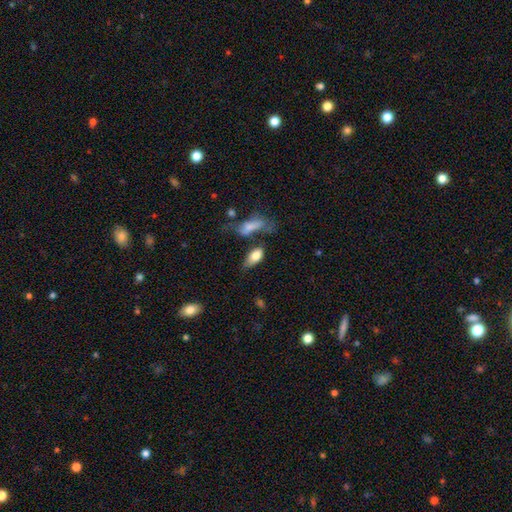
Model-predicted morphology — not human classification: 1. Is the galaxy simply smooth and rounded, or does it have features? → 76% smooth, 16% featured or disk, 7% star or artifact.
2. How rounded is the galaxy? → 88% in between, 8% cigar-shaped, 4% round.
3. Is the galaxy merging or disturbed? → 54% none, 20% minor disturbance, 17% merger, 9% major disturbance.